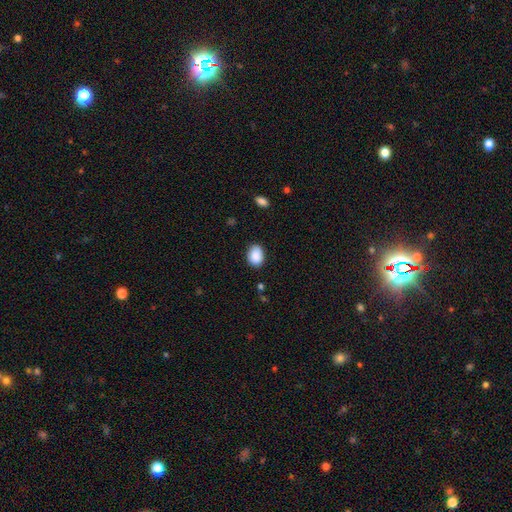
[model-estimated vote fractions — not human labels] Smooth or featured? smooth (89%)
How rounded? in between (72%)
Merging? none (85%)